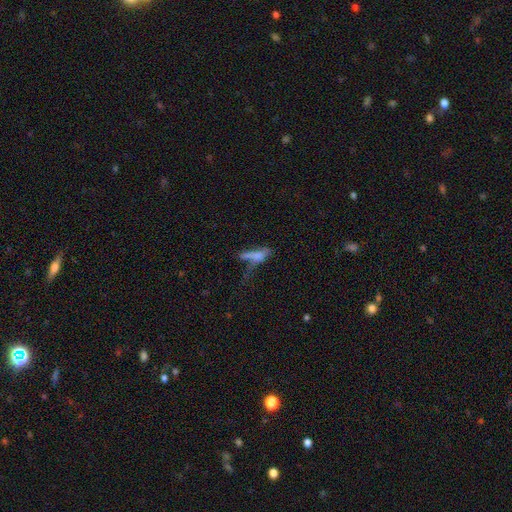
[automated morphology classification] This appears to be a smooth galaxy with no disk features (56%) that is cigar-shaped (58%). Merging: major disturbance (34%).